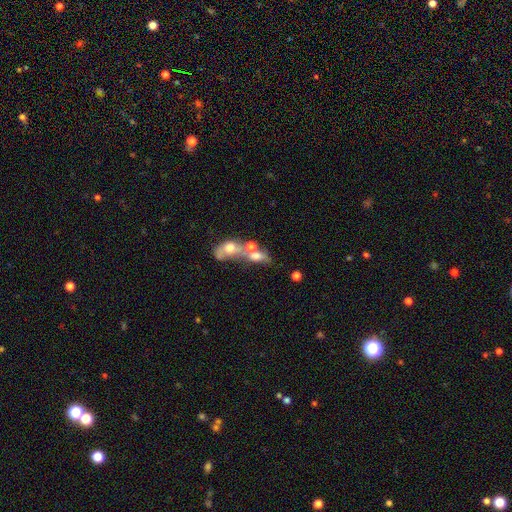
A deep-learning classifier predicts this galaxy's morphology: smooth-or-featured: smooth: 54% | featured or disk: 33% | star or artifact: 13%
  how-rounded: in between: 69% | round: 21% | cigar-shaped: 10%
  merging: merger: 69% | none: 13% | major disturbance: 12% | minor disturbance: 7%